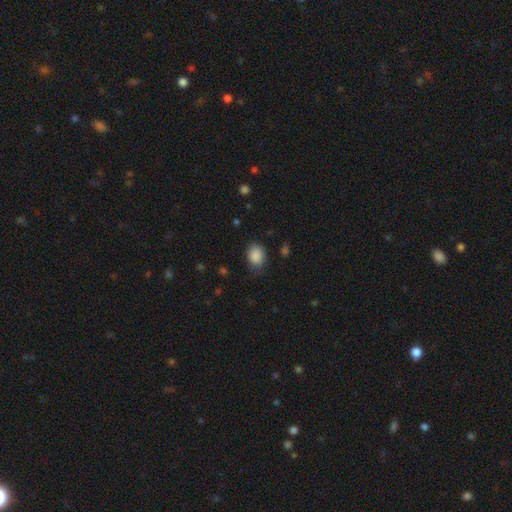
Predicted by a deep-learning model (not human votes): Morphology: type=smooth (88%); roundness=in between (58%); merging=none (70%).